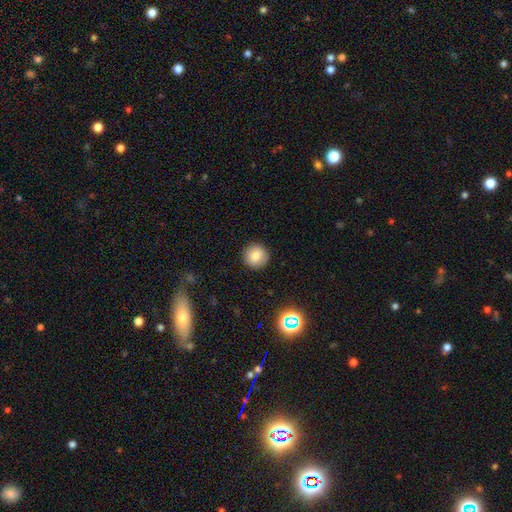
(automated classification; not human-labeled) smooth-or-featured: smooth: 83% | star or artifact: 10% | featured or disk: 7%
  how-rounded: round: 94% | in between: 5% | cigar-shaped: 1%
  merging: none: 91% | minor disturbance: 6% | major disturbance: 2% | merger: 1%